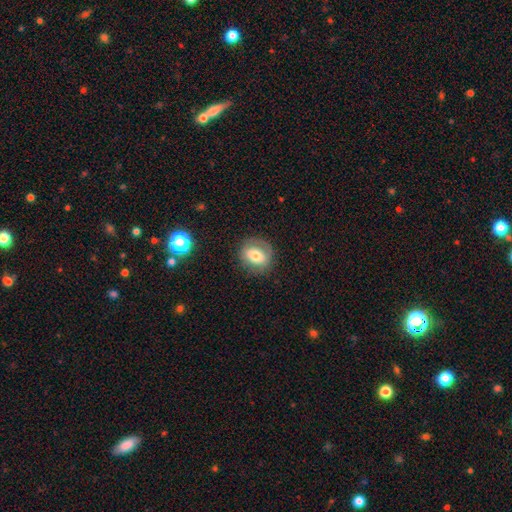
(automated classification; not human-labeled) Q: Smooth or featured?
A: smooth (62%); runner-up: featured or disk (28%)
Q: How rounded?
A: round (63%); runner-up: in between (36%)
Q: Merging?
A: none (78%); runner-up: minor disturbance (14%)